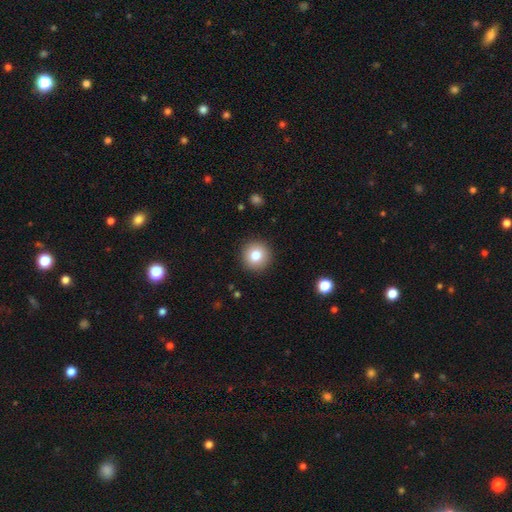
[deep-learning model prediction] Overall: smooth (80%). How rounded: round (94%). Merging: none (92%).